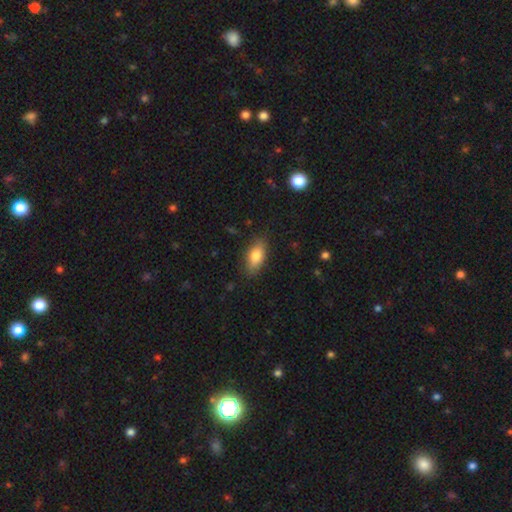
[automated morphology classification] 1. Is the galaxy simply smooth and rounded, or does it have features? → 80% smooth, 13% featured or disk, 7% star or artifact.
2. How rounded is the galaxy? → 85% in between, 10% cigar-shaped, 5% round.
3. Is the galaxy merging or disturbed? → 83% none, 13% minor disturbance, 3% major disturbance, 1% merger.